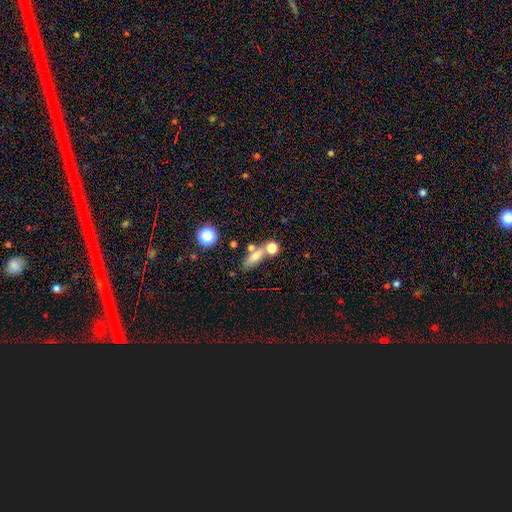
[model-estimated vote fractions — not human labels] smooth_or_featured: smooth (p=0.67) [alt: featured or disk p=0.18]
how_rounded: in between (p=0.48) [alt: cigar-shaped p=0.37]
merging: none (p=0.51) [alt: merger p=0.29]